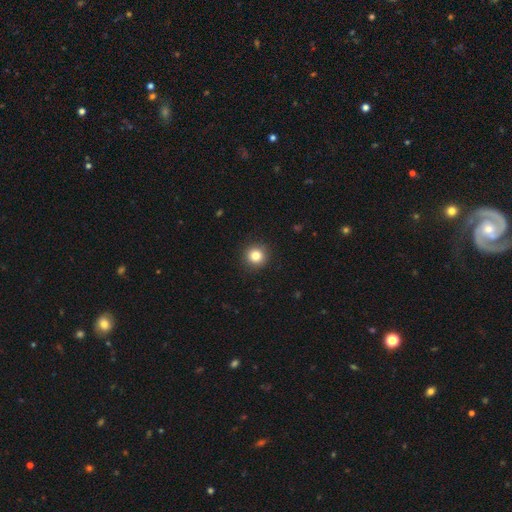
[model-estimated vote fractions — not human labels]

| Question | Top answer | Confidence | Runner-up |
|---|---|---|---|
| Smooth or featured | smooth | 83% | star or artifact (11%) |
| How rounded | round | 94% | in between (5%) |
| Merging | none | 92% | minor disturbance (5%) |